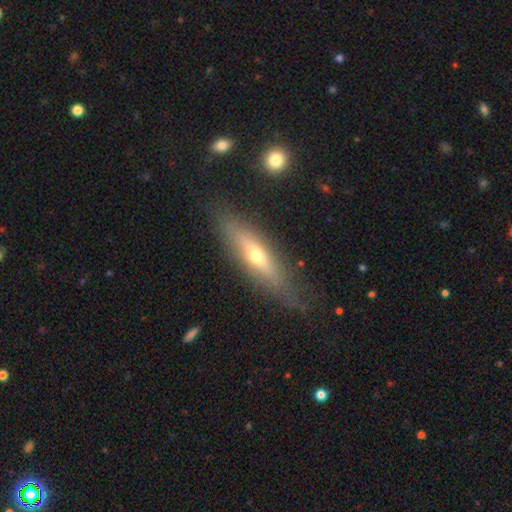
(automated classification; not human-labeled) A featured or disk galaxy (58%) viewed edge-on (82%). Merging: none (78%).